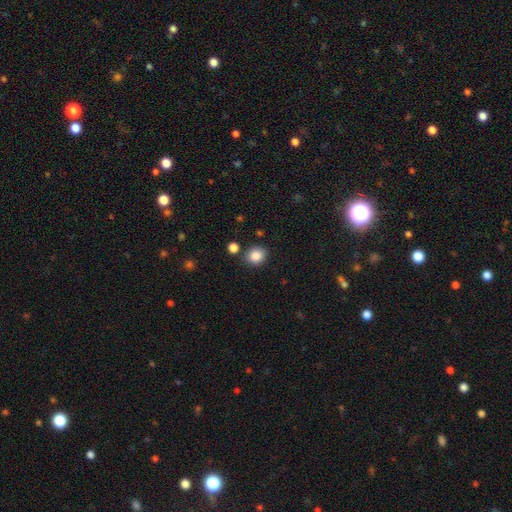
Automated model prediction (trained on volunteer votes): Smooth or featured? smooth (86%)
How rounded? round (72%)
Merging? none (82%)